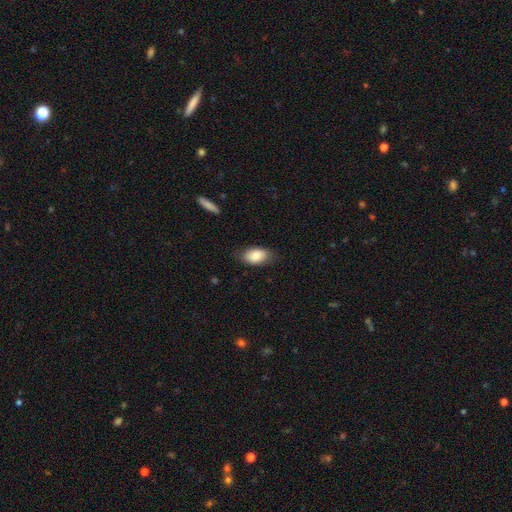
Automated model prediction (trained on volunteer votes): Smooth or featured? Predicted: smooth (p=0.82). How rounded? Predicted: in between (p=0.92). Merging? Predicted: none (p=0.79).